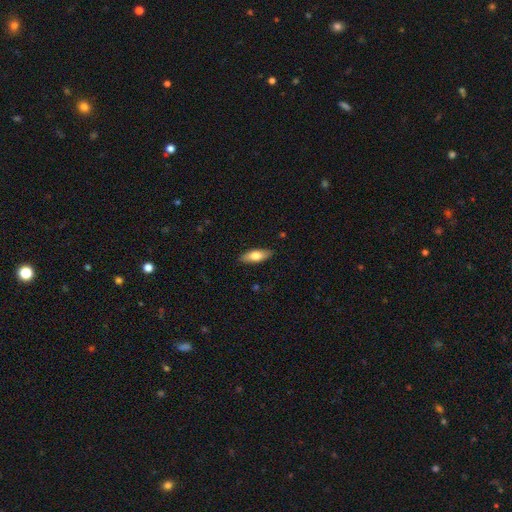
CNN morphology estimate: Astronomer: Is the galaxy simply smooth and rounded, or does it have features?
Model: smooth — 72%.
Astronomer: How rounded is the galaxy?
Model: in between — 67%.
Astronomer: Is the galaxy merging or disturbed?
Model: none — 88%.